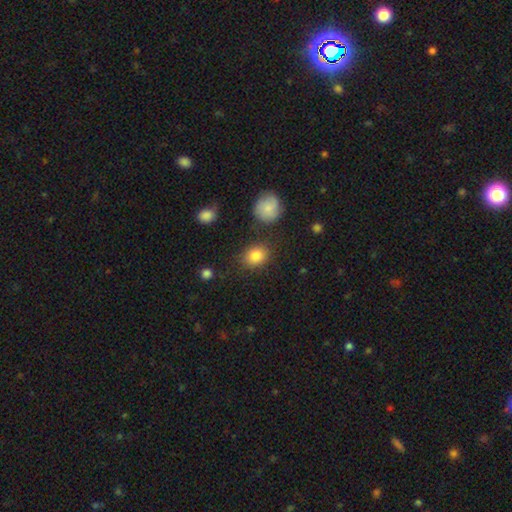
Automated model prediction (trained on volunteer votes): smooth 84%, star or artifact 9%, featured or disk 6%. Down the decision tree: how rounded — round (52%); merging — none (79%).